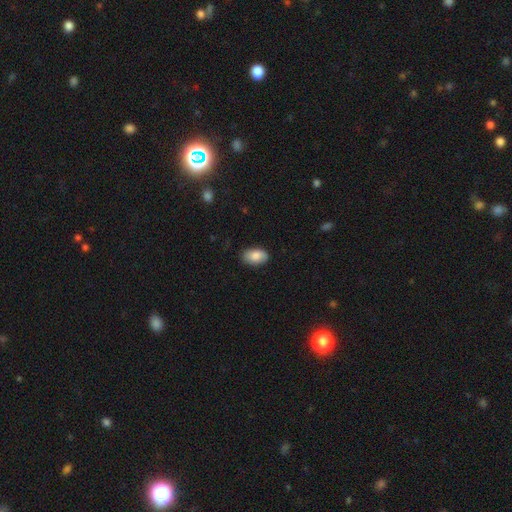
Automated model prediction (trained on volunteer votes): Morphology: type=smooth (84%); roundness=in between (92%); merging=none (84%).